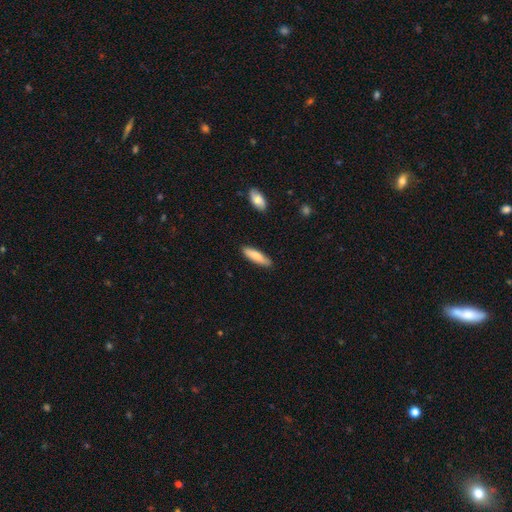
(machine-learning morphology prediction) This appears to be a smooth galaxy with no disk features (80%) that is cigar-shaped (66%). Merging: none (87%).